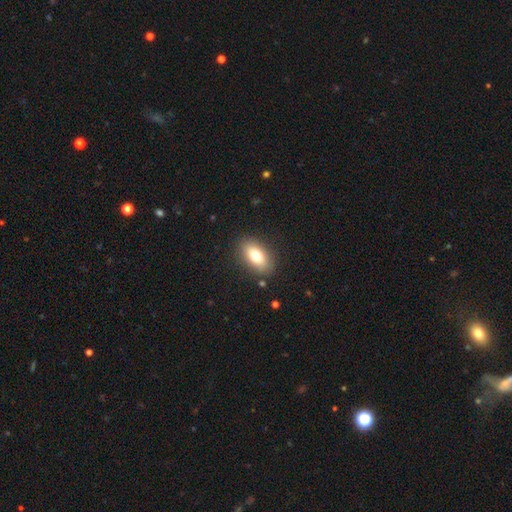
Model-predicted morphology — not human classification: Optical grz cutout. It shows a smooth galaxy with no disk features (75%) that is in between round and cigar-shaped (86%). Merging: none (86%).